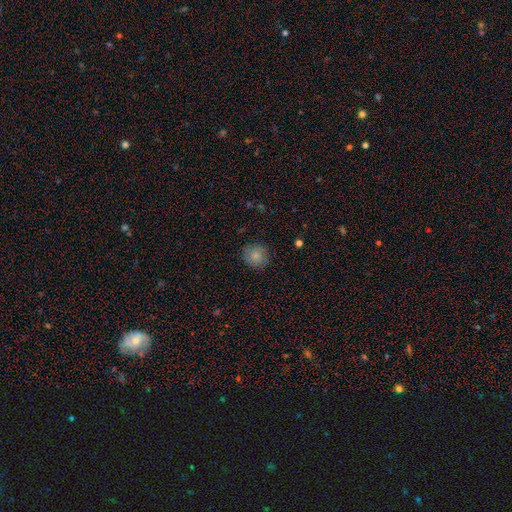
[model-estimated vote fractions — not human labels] A smooth galaxy with no disk features (78%) that is round (87%). Merging: none (82%).